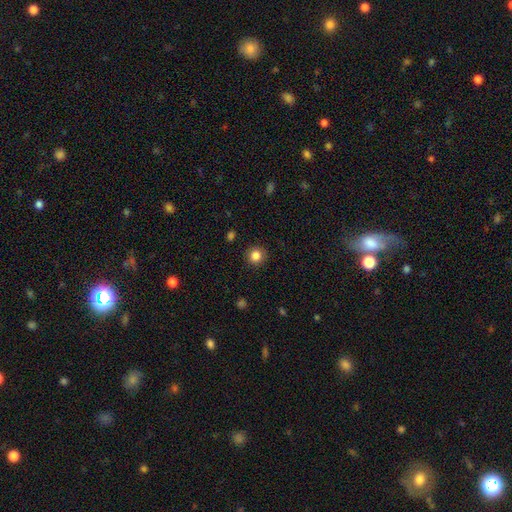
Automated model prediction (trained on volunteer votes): The model was most divided on "smooth or featured": smooth: 85%, star or artifact: 11%, featured or disk: 4%. More confident: how rounded — round (92%); merging — none (91%).